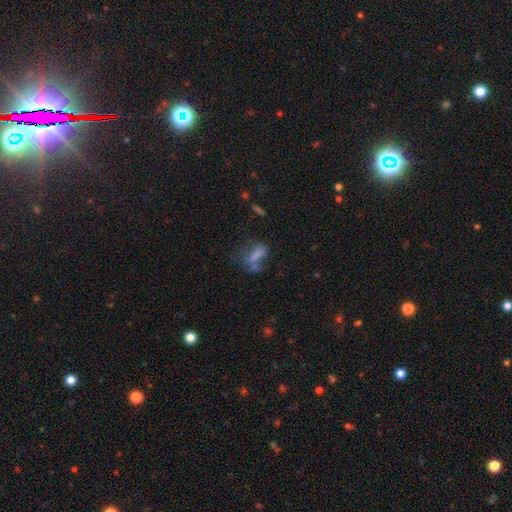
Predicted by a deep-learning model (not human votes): smooth 57%, featured or disk 27%, star or artifact 16%. Down the decision tree: how rounded — in between (76%); merging — major disturbance (41%).